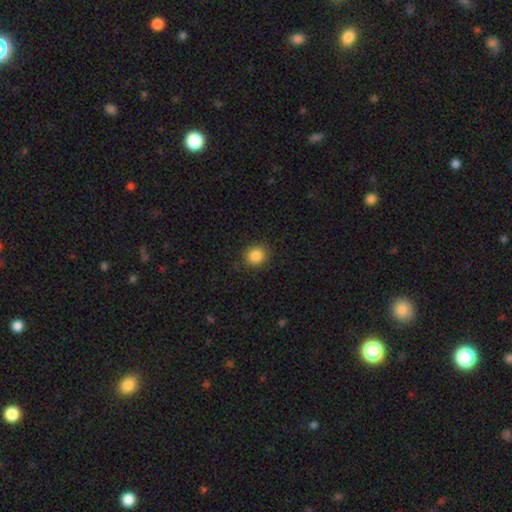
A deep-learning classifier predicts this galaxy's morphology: This appears to be a smooth galaxy with no disk features (86%) that is round (80%). Merging: none (88%).